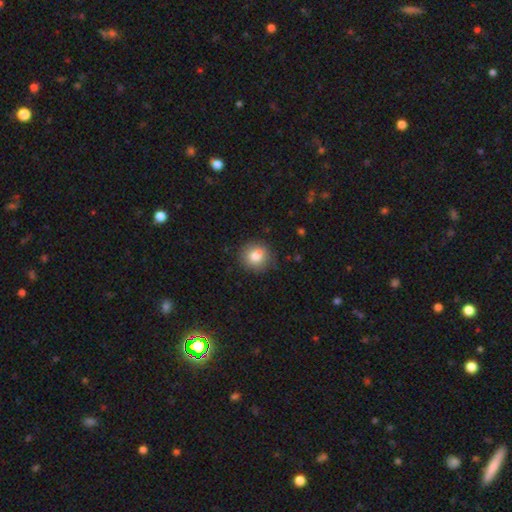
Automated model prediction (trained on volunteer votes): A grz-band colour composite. It shows a smooth galaxy with no disk features (78%) that is round (84%). Merging: none (73%).